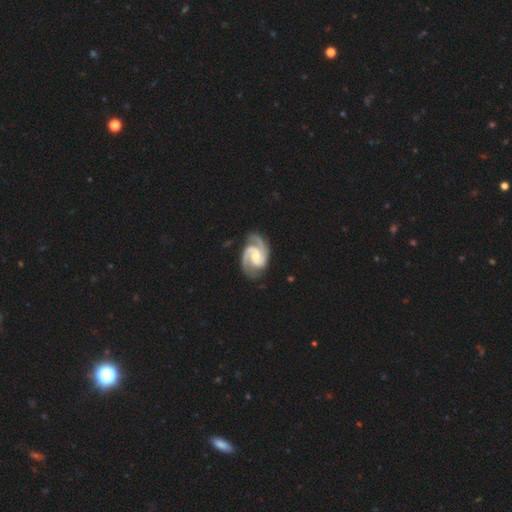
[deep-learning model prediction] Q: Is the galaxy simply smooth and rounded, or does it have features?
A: featured or disk — 93%.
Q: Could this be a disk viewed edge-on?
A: no — 98%.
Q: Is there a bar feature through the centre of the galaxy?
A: no — 48%.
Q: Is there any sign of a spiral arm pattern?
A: yes — 99%.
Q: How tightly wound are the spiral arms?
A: medium — 51%.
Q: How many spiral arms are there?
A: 2 — 68%.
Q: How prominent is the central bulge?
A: moderate — 48%.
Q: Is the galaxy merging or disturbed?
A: none — 76%.